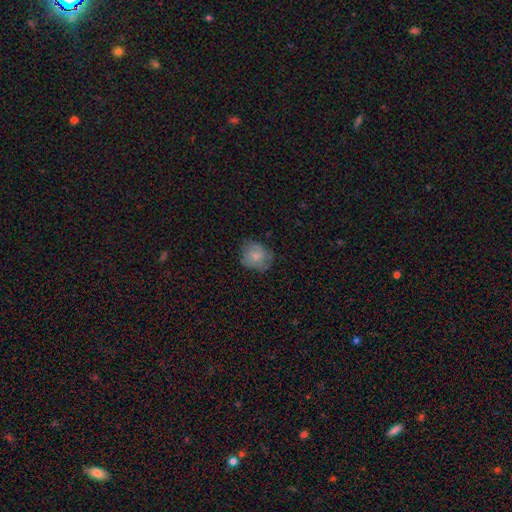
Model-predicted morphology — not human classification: Smooth or featured? Predicted: smooth (p=0.68). How rounded? Predicted: round (p=0.66). Merging? Predicted: none (p=0.65).